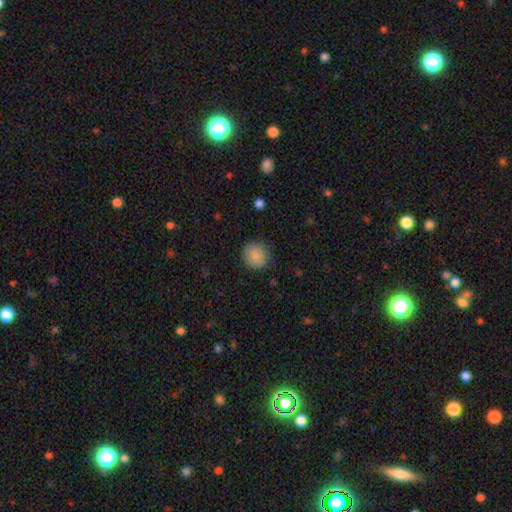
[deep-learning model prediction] A smooth galaxy with no disk features (88%) that is round (83%).

Vote fractions:
- Smooth or featured? smooth: 88% / star or artifact: 8% / featured or disk: 4%
- How rounded? round: 83% / in between: 16% / cigar-shaped: 1%
- Merging? none: 84% / minor disturbance: 12% / major disturbance: 3% / merger: 1%